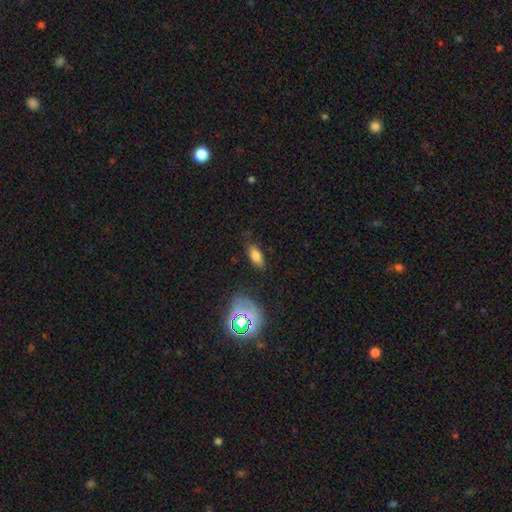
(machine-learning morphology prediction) A smooth galaxy with no disk features (76%) that is in between round and cigar-shaped (83%).

Vote fractions:
- Smooth or featured? smooth: 76% / star or artifact: 12% / featured or disk: 12%
- How rounded? in between: 83% / cigar-shaped: 13% / round: 4%
- Merging? none: 81% / minor disturbance: 13% / major disturbance: 4% / merger: 2%